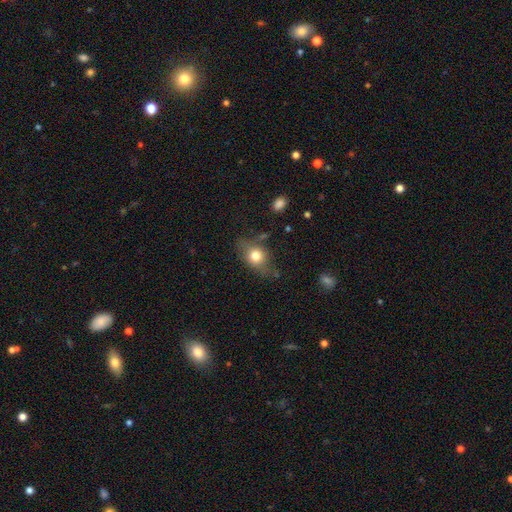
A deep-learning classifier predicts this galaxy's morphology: Smooth or featured?
  - smooth: 74% *
  - featured or disk: 16%
  - star or artifact: 10%
How rounded?
  - in between: 57% *
  - round: 40%
  - cigar-shaped: 3%
Merging?
  - none: 65% *
  - minor disturbance: 23%
  - major disturbance: 8%
  - merger: 4%